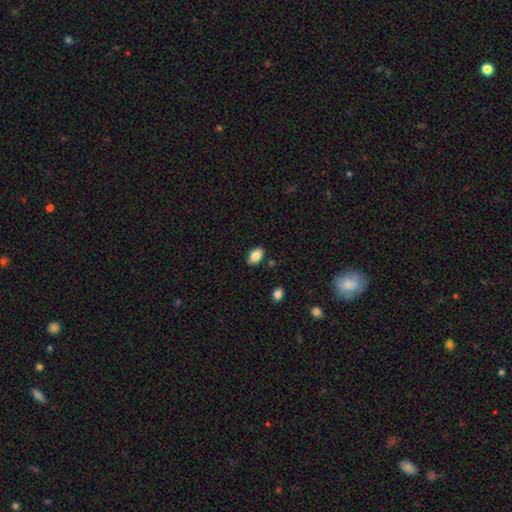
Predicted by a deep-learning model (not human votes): Q: Smooth or featured?
A: smooth (86%); runner-up: star or artifact (8%)
Q: How rounded?
A: in between (88%); runner-up: round (11%)
Q: Merging?
A: none (85%); runner-up: minor disturbance (10%)